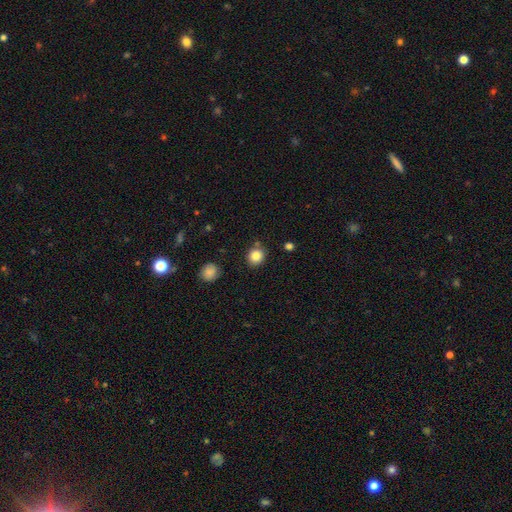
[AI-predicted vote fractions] Smooth or featured? Predicted: smooth (p=0.84). How rounded? Predicted: round (p=0.82). Merging? Predicted: none (p=0.81).